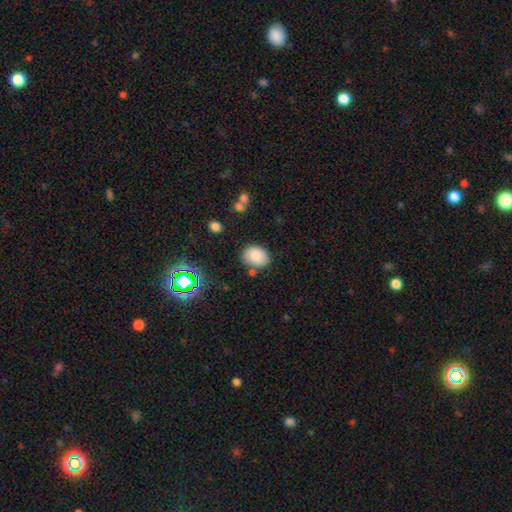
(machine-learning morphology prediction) smooth-or-featured: smooth: 83% | star or artifact: 9% | featured or disk: 7%
  how-rounded: in between: 67% | round: 32% | cigar-shaped: 1%
  merging: none: 75% | minor disturbance: 15% | merger: 6% | major disturbance: 4%